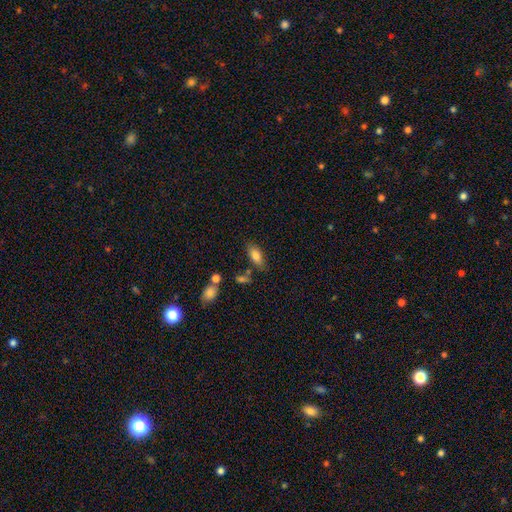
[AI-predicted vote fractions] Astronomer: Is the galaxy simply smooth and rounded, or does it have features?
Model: smooth — 80%.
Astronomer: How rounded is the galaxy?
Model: in between — 87%.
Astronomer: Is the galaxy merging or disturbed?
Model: none — 72%.